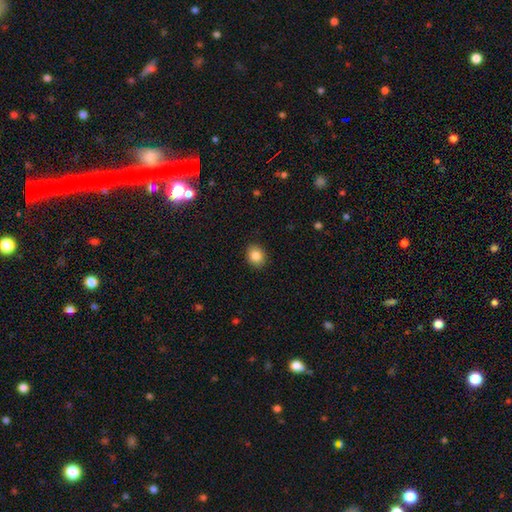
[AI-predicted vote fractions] Q: Smooth or featured?
A: smooth (86%); runner-up: star or artifact (9%)
Q: How rounded?
A: round (54%); runner-up: in between (45%)
Q: Merging?
A: none (89%); runner-up: minor disturbance (8%)